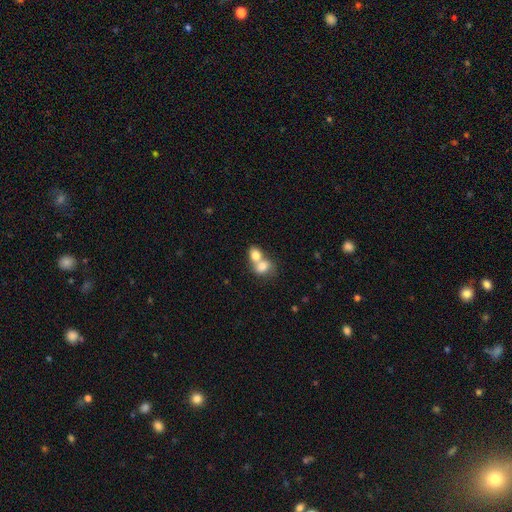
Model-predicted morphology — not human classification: smooth 76%, featured or disk 16%, star or artifact 8%. Down the decision tree: how rounded — round (52%); merging — merger (74%).